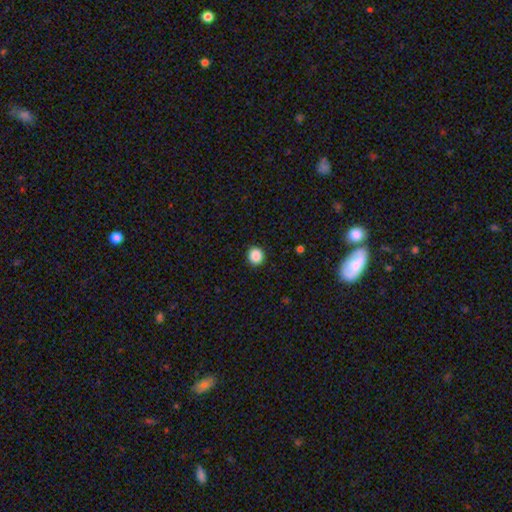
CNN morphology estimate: smooth-or-featured: smooth: 88% | star or artifact: 9% | featured or disk: 2%
  how-rounded: round: 89% | in between: 10% | cigar-shaped: 1%
  merging: none: 92% | minor disturbance: 5% | major disturbance: 2% | merger: 1%